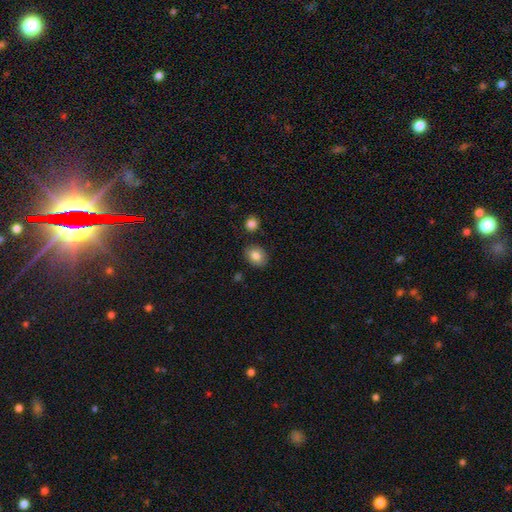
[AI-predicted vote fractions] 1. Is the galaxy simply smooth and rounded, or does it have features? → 83% smooth, 9% featured or disk, 8% star or artifact.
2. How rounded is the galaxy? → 55% in between, 44% round, 1% cigar-shaped.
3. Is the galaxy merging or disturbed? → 84% none, 10% minor disturbance, 3% merger, 2% major disturbance.